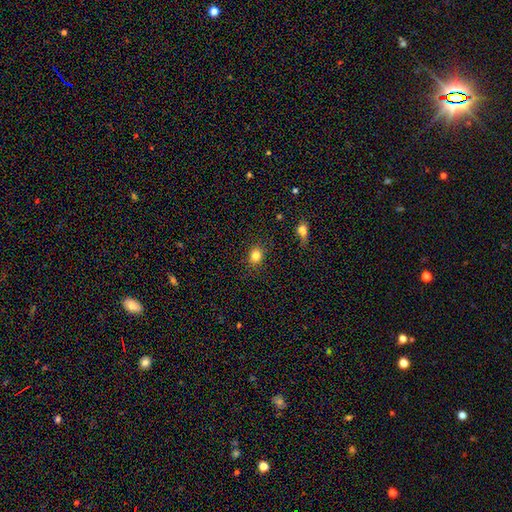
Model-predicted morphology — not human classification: Smooth or featured: smooth — 82% (star or artifact — 12%)
How rounded: round — 63% (in between — 36%)
Merging: none — 87% (minor disturbance — 9%)